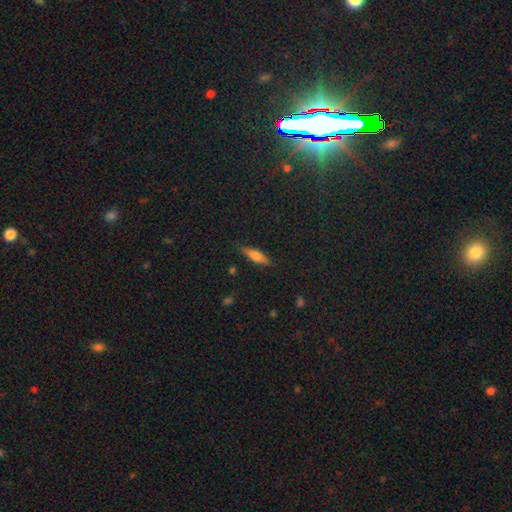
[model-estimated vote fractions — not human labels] Overall: smooth (61%; featured or disk 30%). How rounded: cigar-shaped (61%; in between 36%). Merging: none (84%).